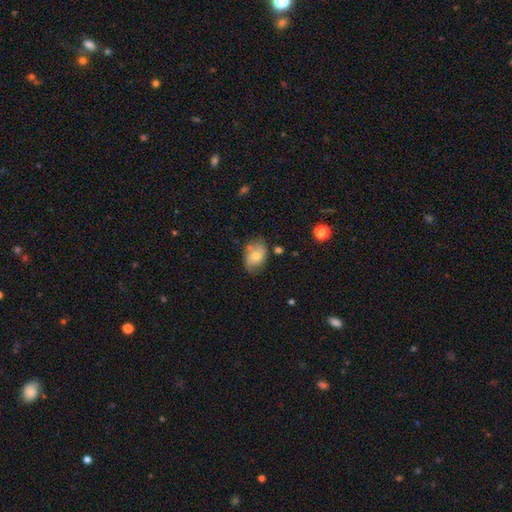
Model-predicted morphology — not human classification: A smooth galaxy with no disk features (54%) that is in between round and cigar-shaped (78%). Merging: none (60%).